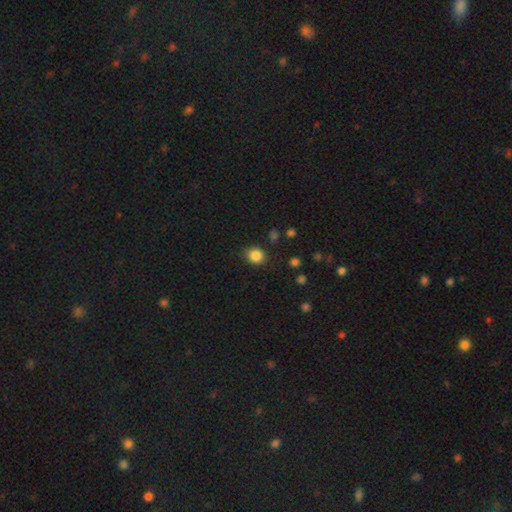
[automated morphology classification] Smooth or featured? Predicted: smooth (p=0.86). How rounded? Predicted: round (p=0.68). Merging? Predicted: none (p=0.85).